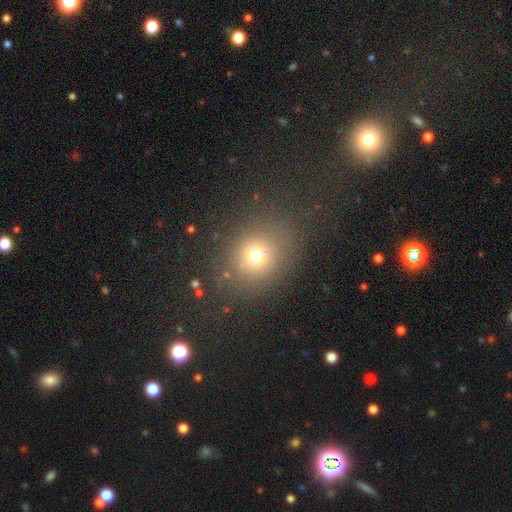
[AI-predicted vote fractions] A smooth galaxy with no disk features (71%) that is round (68%). Merging: none (75%).